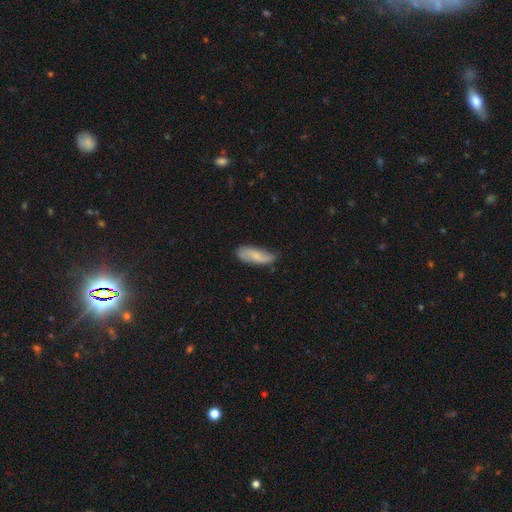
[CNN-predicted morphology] The model was most divided on "how rounded": in between: 61%, cigar-shaped: 37%, round: 2%. More confident: smooth or featured — smooth (67%); merging — none (62%).